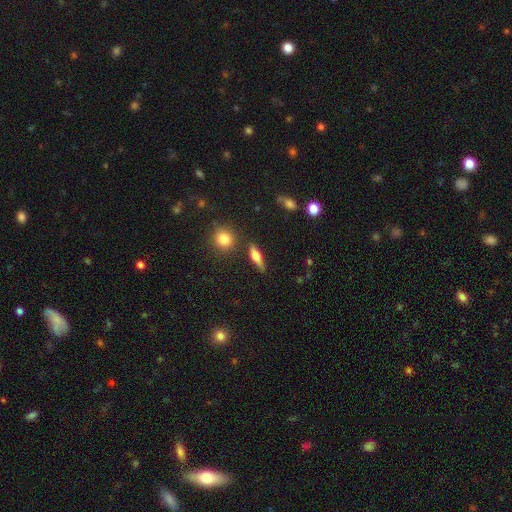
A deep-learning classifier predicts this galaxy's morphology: Smooth or featured: smooth — 47% (featured or disk — 44%)
Merging: none — 80% (minor disturbance — 12%)